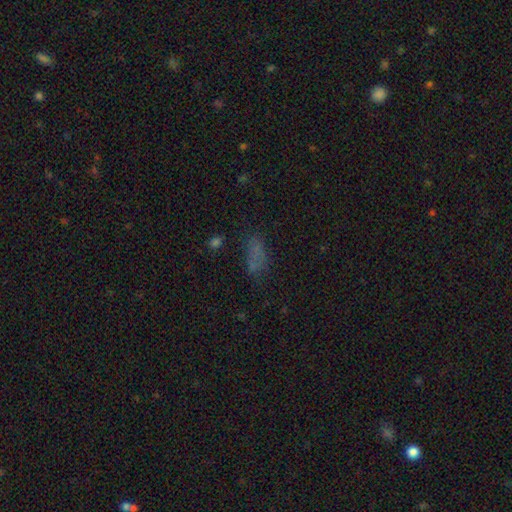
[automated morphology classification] Overall: smooth (60%; star or artifact 26%). How rounded: in between (76%). Merging: none (57%; minor disturbance 20%).